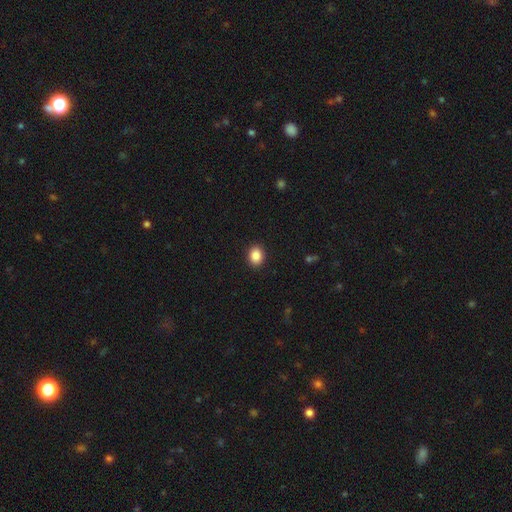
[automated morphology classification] Smooth or featured? Predicted: smooth (p=0.87). How rounded? Predicted: round (p=0.50). Merging? Predicted: none (p=0.92).